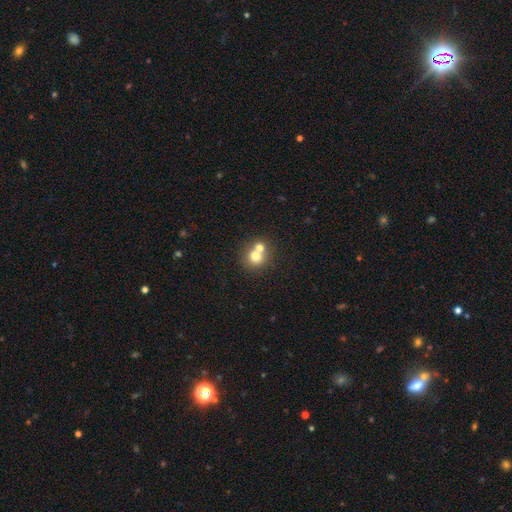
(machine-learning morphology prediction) This is likely a smooth galaxy (72%). How rounded: clearly round (85%). Merging: possibly merger (51%).